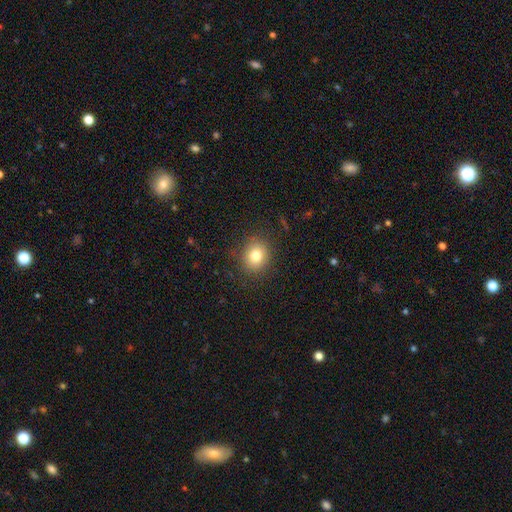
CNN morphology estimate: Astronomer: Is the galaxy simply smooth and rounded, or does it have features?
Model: smooth — 80%.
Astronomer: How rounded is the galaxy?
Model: round — 77%.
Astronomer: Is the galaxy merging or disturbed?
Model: none — 87%.